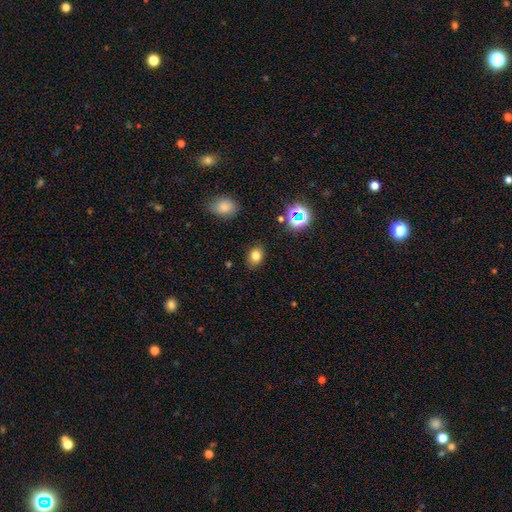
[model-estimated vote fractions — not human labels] This appears to be a smooth galaxy with no disk features (78%) that is in between round and cigar-shaped (61%). Merging: none (84%).